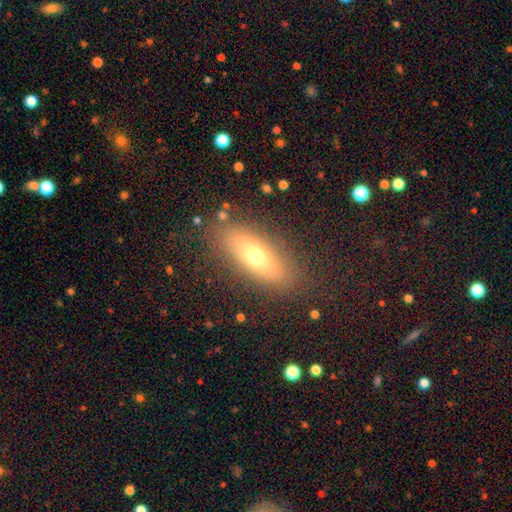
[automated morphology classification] A smooth galaxy with no disk features (62%) that is in between round and cigar-shaped (63%). Merging: none (83%).